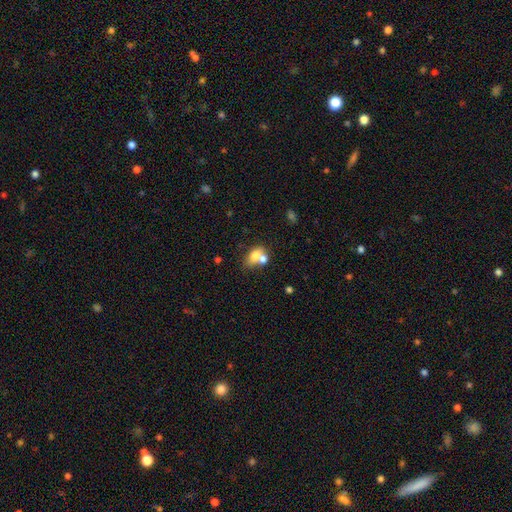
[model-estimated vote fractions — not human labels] Smooth or featured? Predicted: smooth (p=0.71). How rounded? Predicted: in between (p=0.75). Merging? Predicted: merger (p=0.52).